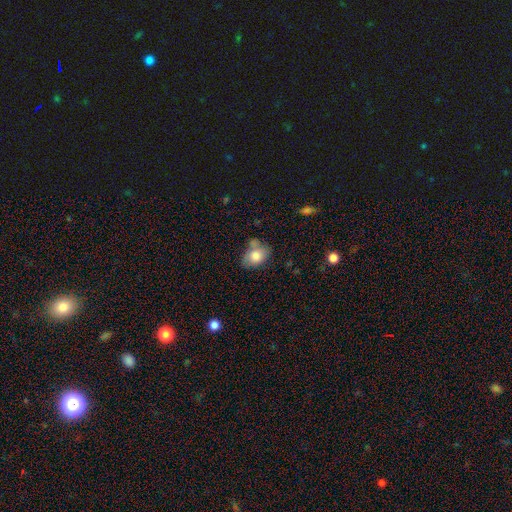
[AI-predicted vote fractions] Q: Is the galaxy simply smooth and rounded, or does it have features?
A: smooth — 78%.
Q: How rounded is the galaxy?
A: in between — 74%.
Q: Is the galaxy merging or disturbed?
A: none — 48%.